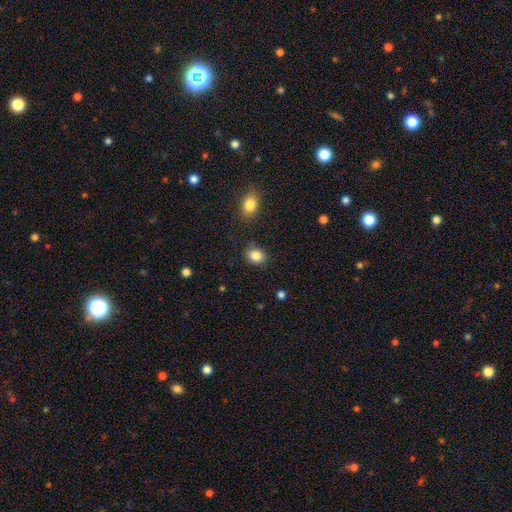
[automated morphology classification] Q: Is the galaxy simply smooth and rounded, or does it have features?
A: smooth — 85%.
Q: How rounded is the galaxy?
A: round — 63%.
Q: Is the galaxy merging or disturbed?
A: none — 84%.